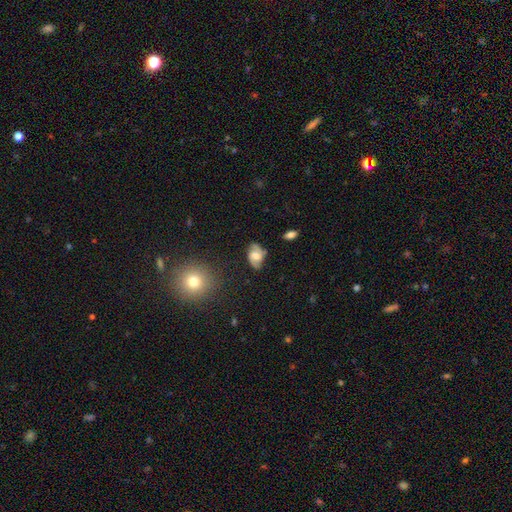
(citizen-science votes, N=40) featured or disk 57%, smooth 38%, star or artifact 5%. Down the decision tree: edge-on disk — no (100%); bar — weak (52%); spiral arms — yes (87%); spiral arm count — 2 (80%); spiral winding — medium (70%); bulge size — moderate (57%); merging — none (42%).